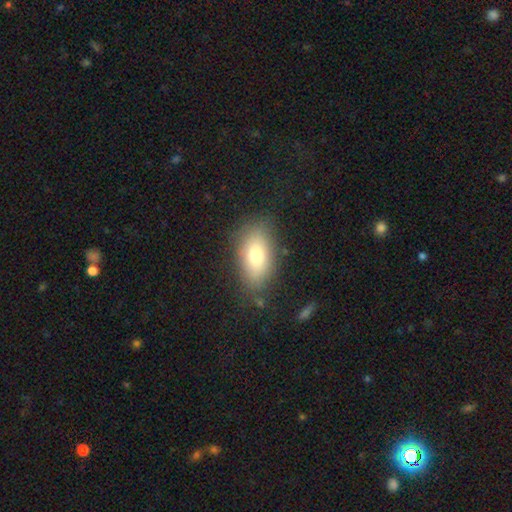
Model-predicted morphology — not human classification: type=smooth (77%); roundness=in between (88%); merging=none (79%).